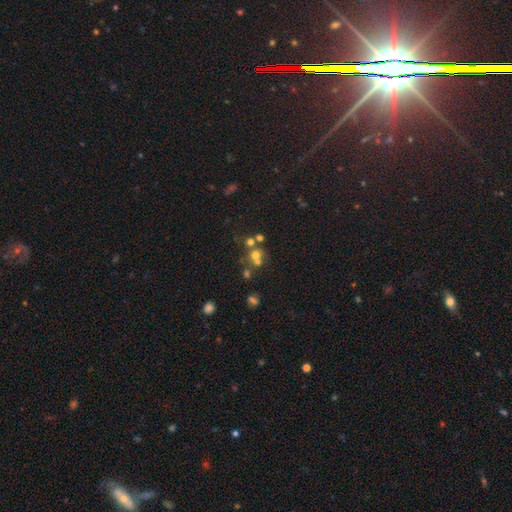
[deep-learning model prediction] Morphology: type=smooth (56%); roundness=round (84%); merging=none (46%).